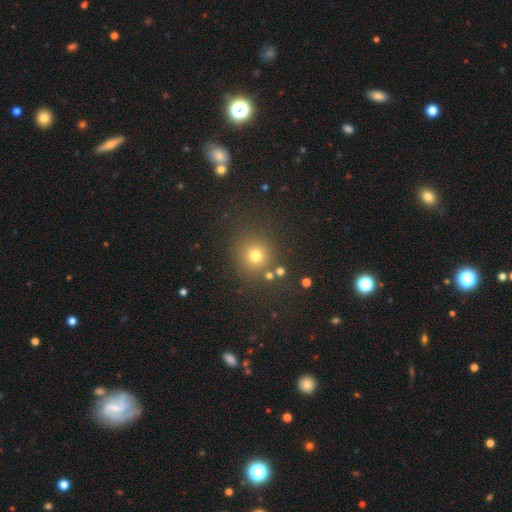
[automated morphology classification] smooth 74%, star or artifact 19%, featured or disk 7%. Down the decision tree: how rounded — round (91%); merging — none (82%).